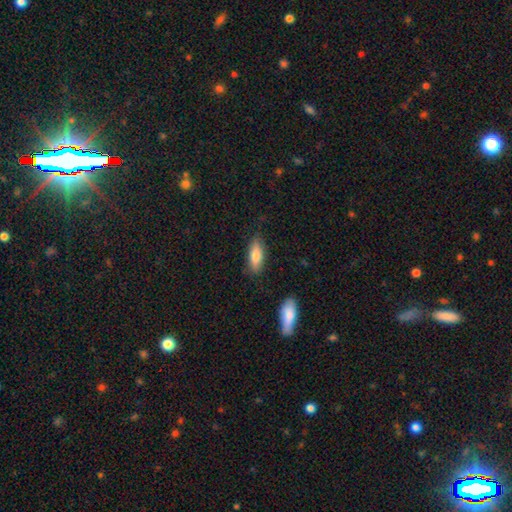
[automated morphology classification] Smooth or featured? smooth (78%)
How rounded? in between (65%)
Merging? none (82%)